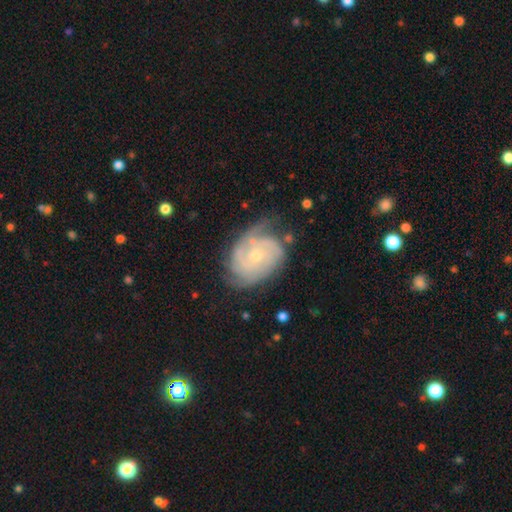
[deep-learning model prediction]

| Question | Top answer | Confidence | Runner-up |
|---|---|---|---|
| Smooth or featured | featured or disk | 83% | smooth (11%) |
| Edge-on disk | no | 97% | yes (3%) |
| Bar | no | 75% | weak (22%) |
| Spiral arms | yes | 95% | no (5%) |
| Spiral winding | tight | 66% | medium (27%) |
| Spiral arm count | can't tell | 30% | 3 (25%) |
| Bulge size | small | 64% | moderate (33%) |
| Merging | none | 64% | minor disturbance (24%) |